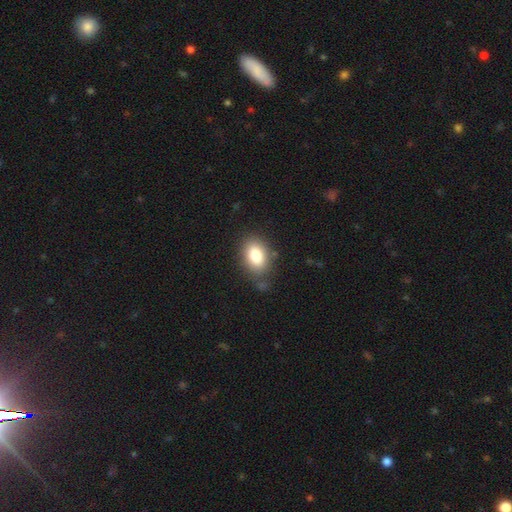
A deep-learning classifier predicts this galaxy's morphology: smooth-or-featured: smooth: 82% | featured or disk: 9% | star or artifact: 9%
  how-rounded: in between: 79% | round: 20% | cigar-shaped: 1%
  merging: none: 77% | minor disturbance: 15% | major disturbance: 4% | merger: 4%